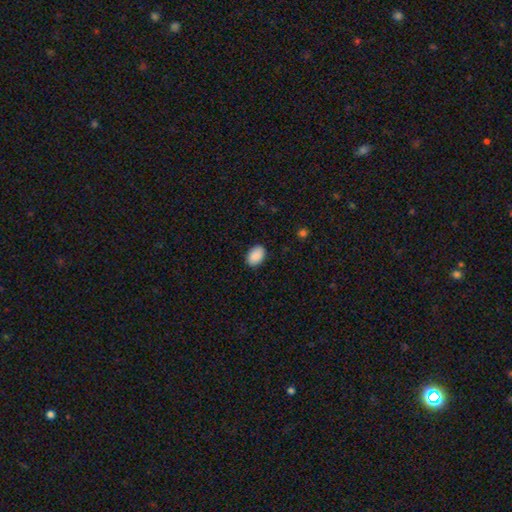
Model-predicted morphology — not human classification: smooth-or-featured: smooth: 91% | star or artifact: 7% | featured or disk: 3%
  how-rounded: in between: 86% | round: 13% | cigar-shaped: 1%
  merging: none: 88% | minor disturbance: 9% | major disturbance: 2% | merger: 1%